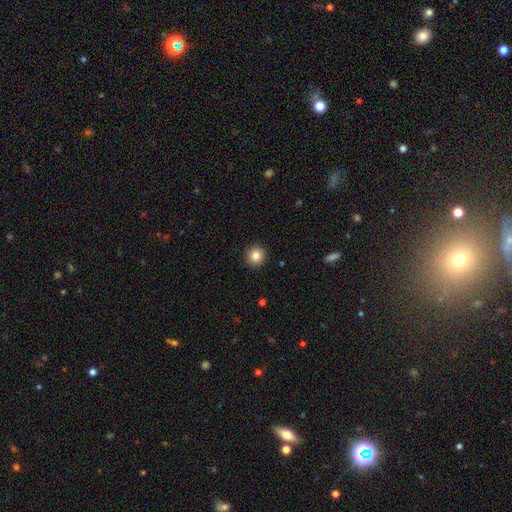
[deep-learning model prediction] A smooth galaxy with no disk features (85%) that is round (92%).

Vote fractions:
- Smooth or featured? smooth: 85% / star or artifact: 10% / featured or disk: 6%
- How rounded? round: 92% / in between: 7% / cigar-shaped: 1%
- Merging? none: 92% / minor disturbance: 5% / major disturbance: 2% / merger: 1%